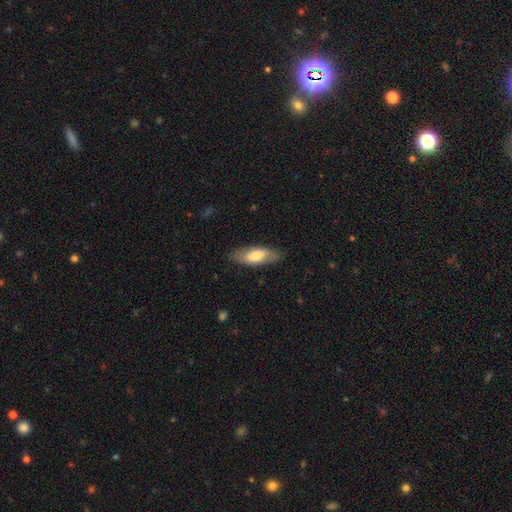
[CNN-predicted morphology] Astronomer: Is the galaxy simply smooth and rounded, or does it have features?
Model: smooth — 69%.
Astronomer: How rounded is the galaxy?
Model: in between — 71%.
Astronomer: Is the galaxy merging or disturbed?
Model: none — 83%.